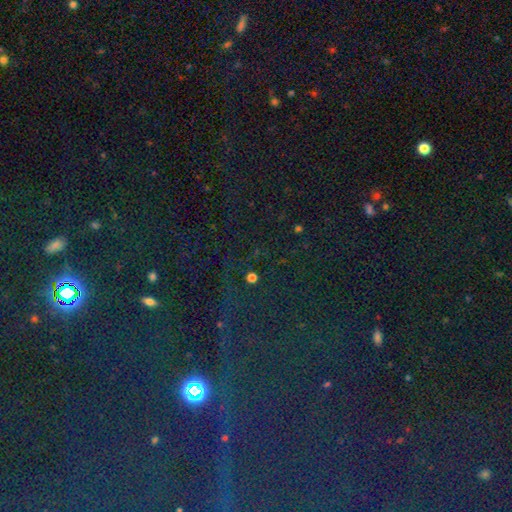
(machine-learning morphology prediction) Smooth or featured? Predicted: star or artifact (p=0.80).